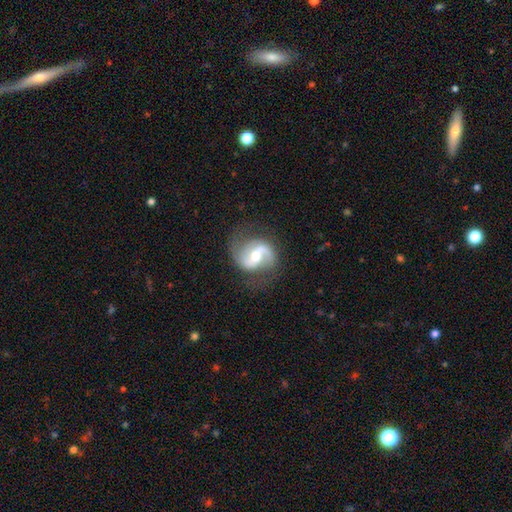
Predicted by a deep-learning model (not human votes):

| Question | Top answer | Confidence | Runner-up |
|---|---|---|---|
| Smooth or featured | featured or disk | 86% | smooth (9%) |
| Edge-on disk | no | 98% | yes (2%) |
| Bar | weak | 46% | no (31%) |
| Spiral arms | yes | 96% | no (4%) |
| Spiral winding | medium | 48% | loose (40%) |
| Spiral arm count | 2 | 90% | 1 (3%) |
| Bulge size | moderate | 66% | small (23%) |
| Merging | none | 72% | minor disturbance (17%) |